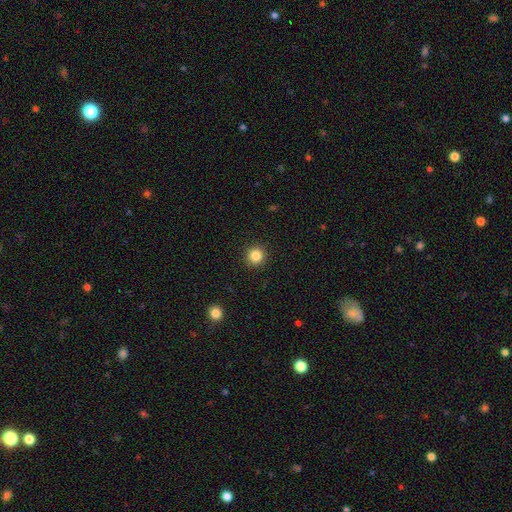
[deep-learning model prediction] smooth-or-featured: smooth: 85% | star or artifact: 11% | featured or disk: 4%
  how-rounded: round: 94% | in between: 5% | cigar-shaped: 1%
  merging: none: 92% | minor disturbance: 5% | major disturbance: 2% | merger: 1%